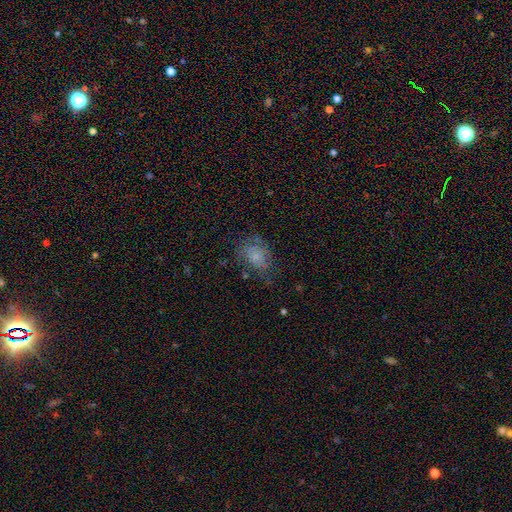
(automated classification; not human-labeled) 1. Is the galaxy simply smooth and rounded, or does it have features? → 63% smooth, 25% featured or disk, 12% star or artifact.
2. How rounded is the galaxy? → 69% in between, 30% round, 2% cigar-shaped.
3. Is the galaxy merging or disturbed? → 50% none, 28% minor disturbance, 19% major disturbance, 3% merger.